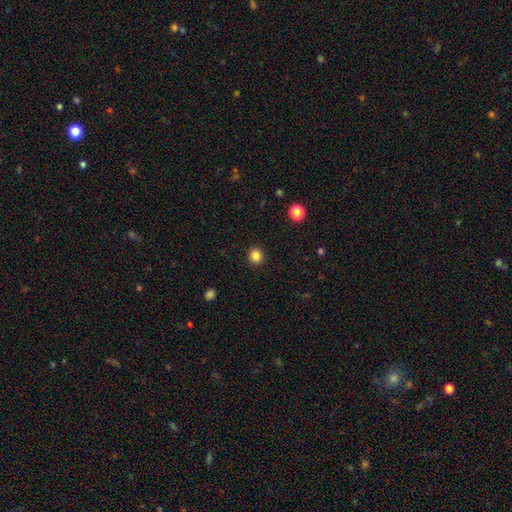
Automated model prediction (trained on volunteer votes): Smooth or featured? Predicted: smooth (p=0.84). How rounded? Predicted: round (p=0.89). Merging? Predicted: none (p=0.92).